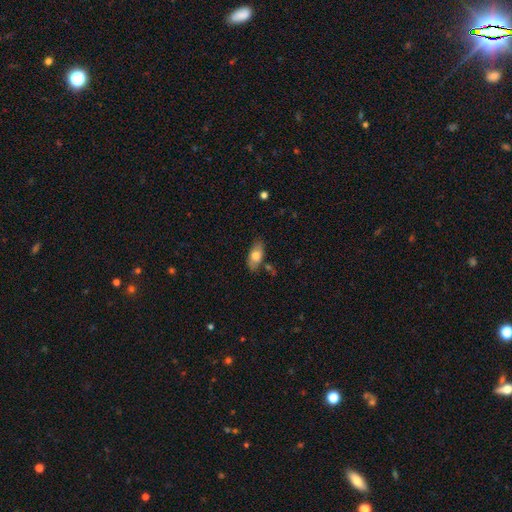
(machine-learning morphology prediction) A smooth galaxy with no disk features (70%) that is in between round and cigar-shaped (87%). Merging: none (77%).